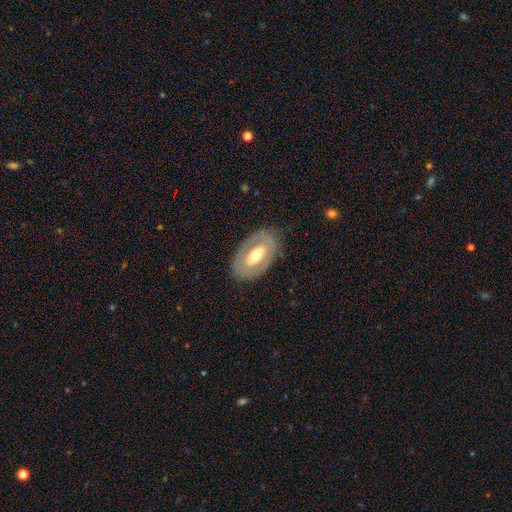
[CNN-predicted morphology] type=featured or disk (59%); edge-on=no (90%); bar=no (52%); spiral arms=no (79%); bulge=moderate (66%); merging=none (79%).